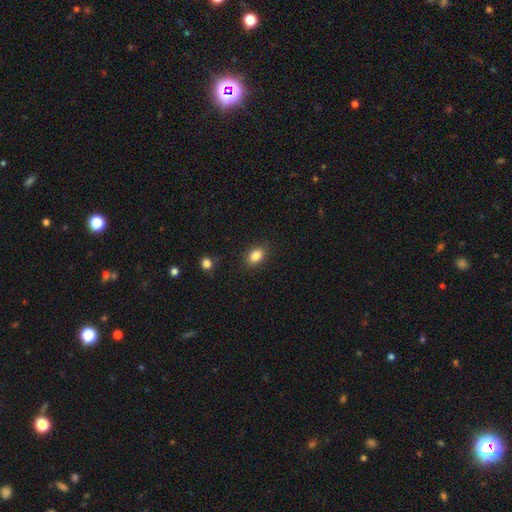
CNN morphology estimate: A smooth galaxy with no disk features (86%) that is in between round and cigar-shaped (81%).

Vote fractions:
- Smooth or featured? smooth: 86% / star or artifact: 9% / featured or disk: 6%
- How rounded? in between: 81% / round: 17% / cigar-shaped: 2%
- Merging? none: 88% / minor disturbance: 9% / major disturbance: 2% / merger: 1%